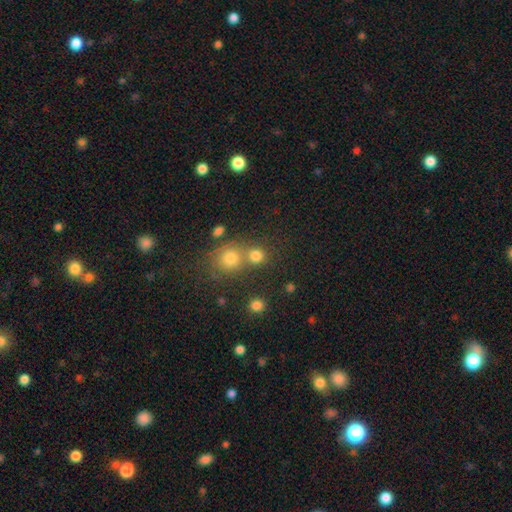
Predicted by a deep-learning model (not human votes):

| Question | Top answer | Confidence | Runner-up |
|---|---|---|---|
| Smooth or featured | smooth | 79% | star or artifact (14%) |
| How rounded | round | 84% | in between (15%) |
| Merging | none | 52% | merger (37%) |